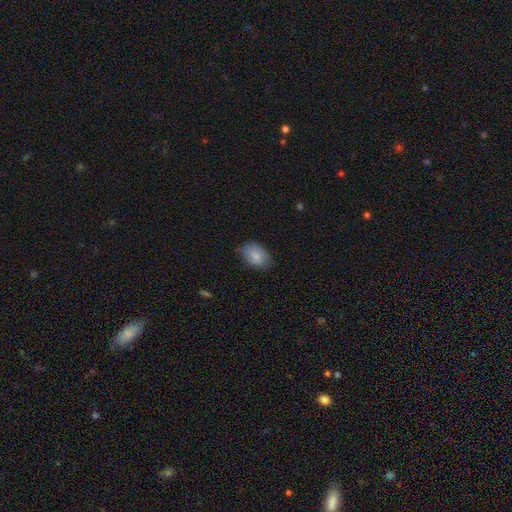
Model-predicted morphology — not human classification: A smooth galaxy with no disk features (80%) that is in between round and cigar-shaped (82%). Merging: none (66%).